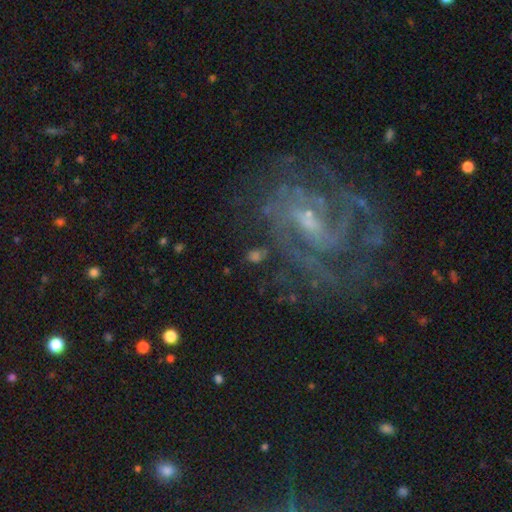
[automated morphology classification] A featured or disk galaxy (63%) with a weak bar (39%), 2 (46%) tight (44%) spiral arms (87%) and a small central bulge (58%).

Vote fractions:
- Smooth or featured? featured or disk: 63% / smooth: 23% / star or artifact: 15%
- Edge-on disk? no: 95% / yes: 5%
- Bar? weak: 39% / strong: 34% / no: 28%
- Spiral arms? yes: 87% / no: 13%
- Spiral winding? tight: 44% / medium: 42% / loose: 15%
- Spiral arm count? 2: 46% / can't tell: 19% / 3: 14% / 4: 7% / 1: 7% / more than 4: 7%
- Bulge size? small: 58% / moderate: 28% / none: 7% / large: 4% / dominant: 2%
- Merging? none: 71% / minor disturbance: 15% / major disturbance: 10% / merger: 4%